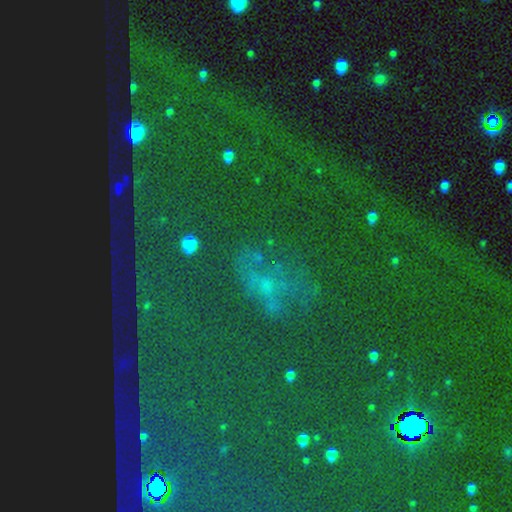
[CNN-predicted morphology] Overall: star or artifact (63%).